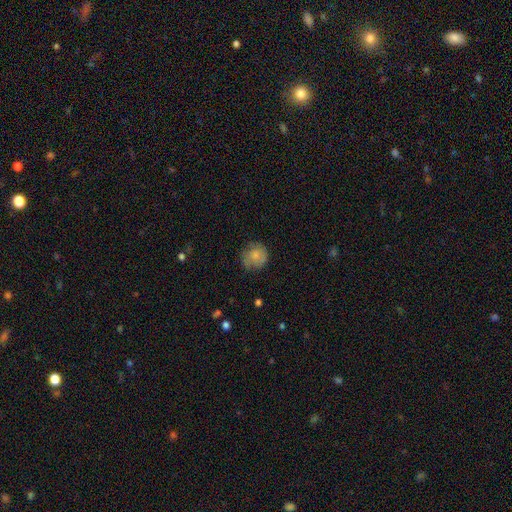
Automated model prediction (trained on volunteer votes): Smooth or featured?
  - smooth: 75% *
  - featured or disk: 17%
  - star or artifact: 8%
How rounded?
  - round: 86% *
  - in between: 13%
  - cigar-shaped: 1%
Merging?
  - none: 68% *
  - minor disturbance: 24%
  - major disturbance: 7%
  - merger: 1%